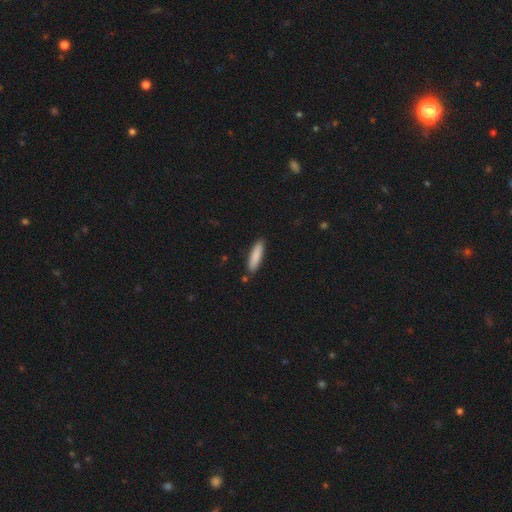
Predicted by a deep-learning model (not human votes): Overall: smooth (86%). How rounded: cigar-shaped (72%). Merging: none (84%).